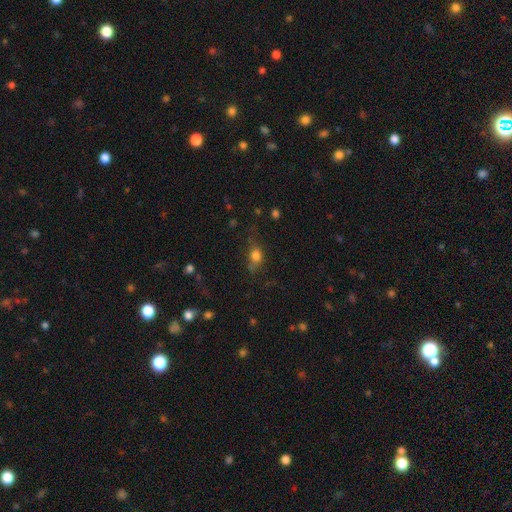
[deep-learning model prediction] smooth 75%, star or artifact 14%, featured or disk 11%. Down the decision tree: how rounded — in between (51%); merging — none (58%).